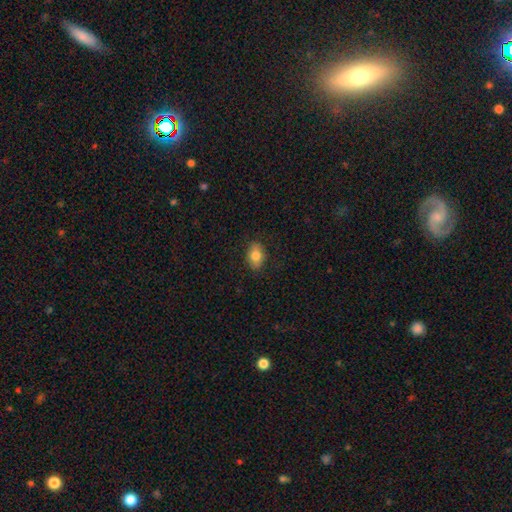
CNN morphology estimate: The model was most divided on "how rounded": in between: 78%, round: 20%, cigar-shaped: 2%. More confident: merging — none (85%); smooth or featured — smooth (80%).